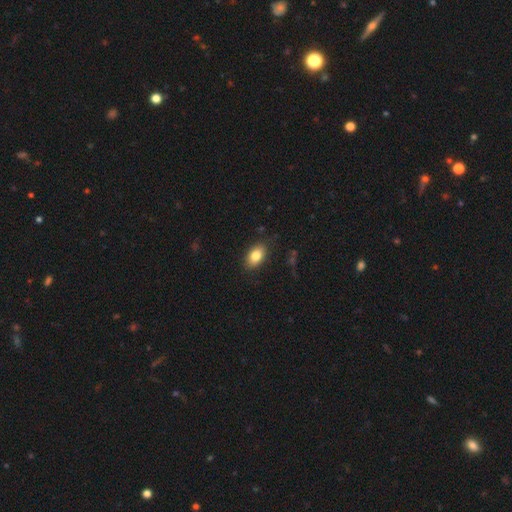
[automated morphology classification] The model was most divided on "smooth or featured": smooth: 81%, featured or disk: 10%, star or artifact: 8%. More confident: how rounded — in between (88%); merging — none (84%).